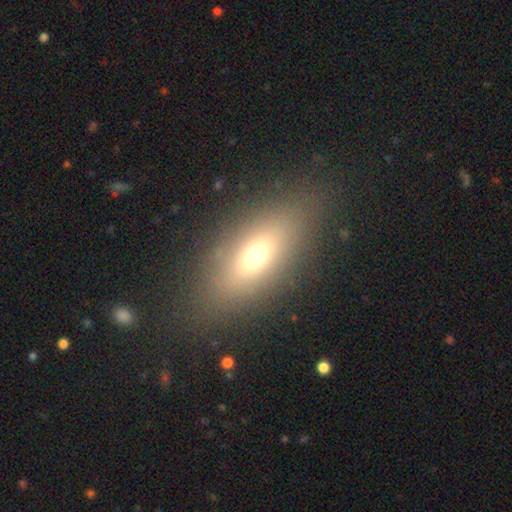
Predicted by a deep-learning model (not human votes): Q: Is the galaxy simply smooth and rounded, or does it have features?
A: smooth — 63%.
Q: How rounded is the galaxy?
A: in between — 73%.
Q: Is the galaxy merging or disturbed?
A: none — 83%.